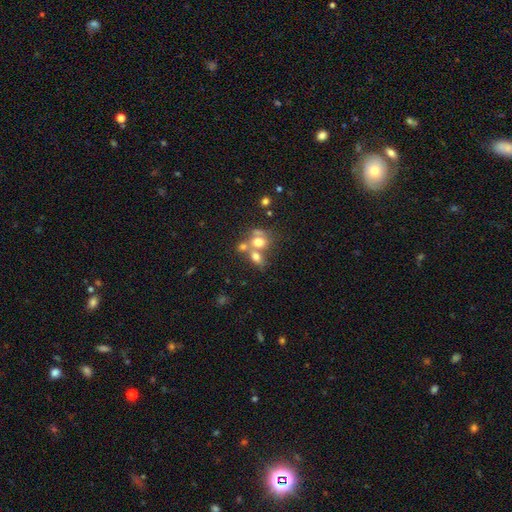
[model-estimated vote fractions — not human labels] A smooth galaxy with no disk features (42%, tied with star or artifact).

Vote fractions:
- Smooth or featured? smooth: 42% (tied) / star or artifact: 42% (tied) / featured or disk: 15%
- Merging? none: 50% / merger: 35% / minor disturbance: 9% / major disturbance: 6%